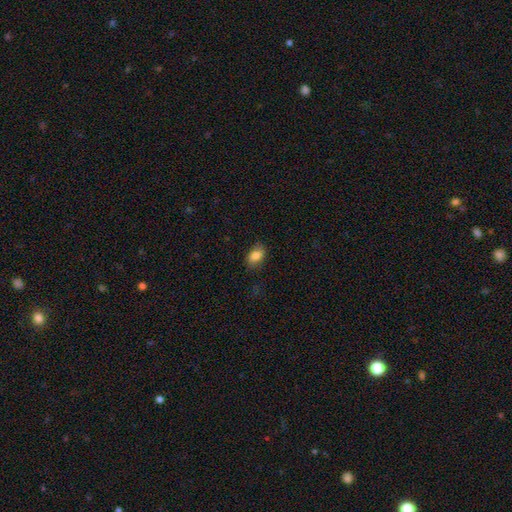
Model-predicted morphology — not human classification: smooth 83%, star or artifact 8%, featured or disk 8%. Down the decision tree: how rounded — in between (86%); merging — none (79%).